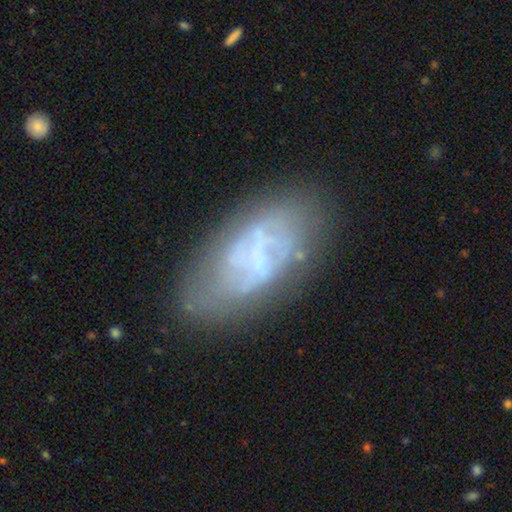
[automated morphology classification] Overall: featured or disk (65%; smooth 26%). Edge-on disk: no (94%). Bar: no (44%; weak 35%). Spiral arms: yes (55%; no 45%). Bulge size: none (62%; small 23%). Merging: none (63%).